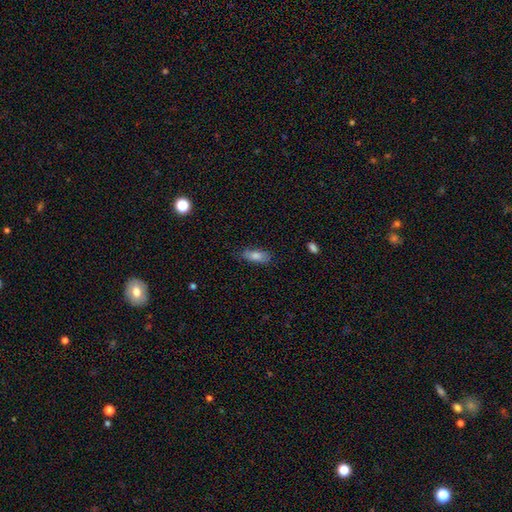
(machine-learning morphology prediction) type=smooth (77%); roundness=in between (70%); merging=none (80%).